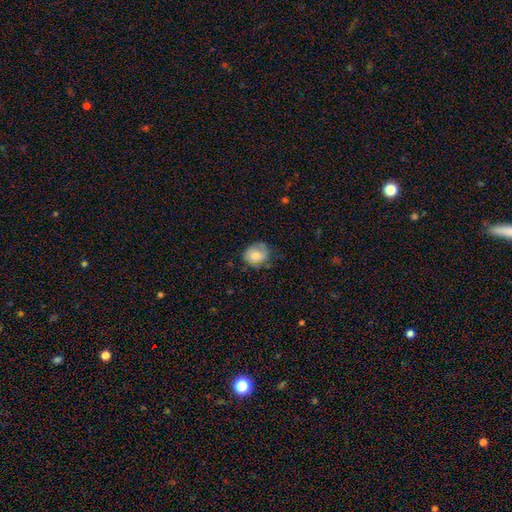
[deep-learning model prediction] Smooth or featured? smooth (69%)
How rounded? round (61%)
Merging? none (61%)